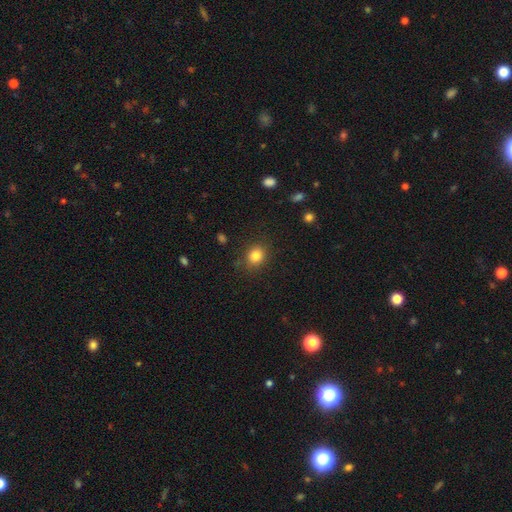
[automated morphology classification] smooth 83%, star or artifact 11%, featured or disk 6%. Down the decision tree: how rounded — round (71%); merging — none (85%).